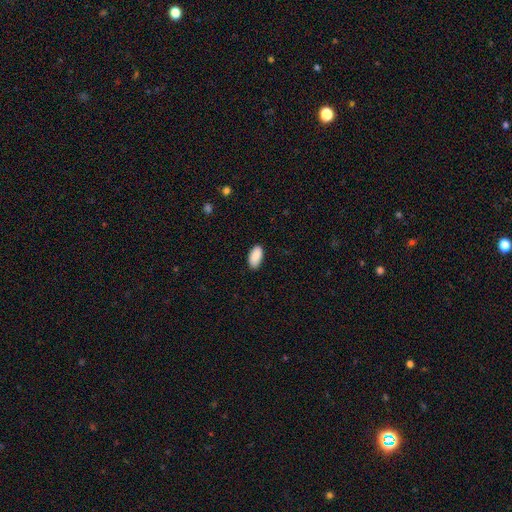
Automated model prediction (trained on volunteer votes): This is clearly a smooth galaxy (90%). How rounded: clearly in between (94%). Merging: clearly none (86%).